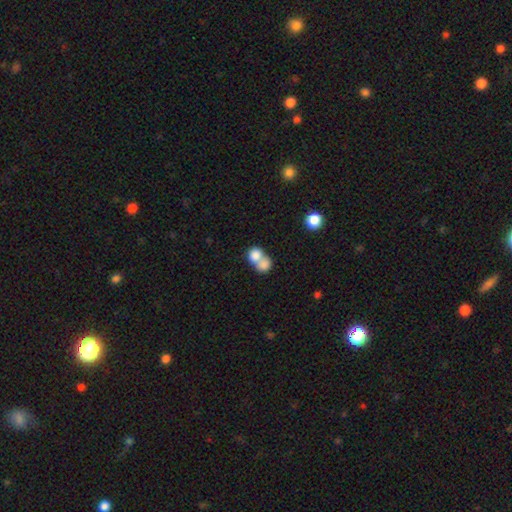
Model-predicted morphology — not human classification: Overall: smooth (80%). How rounded: round (63%; in between 36%). Merging: merger (73%).